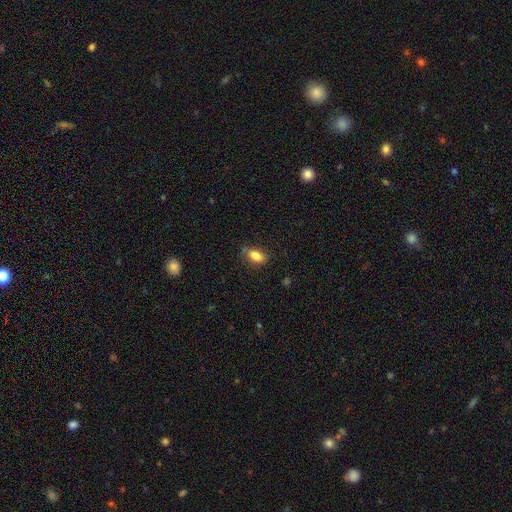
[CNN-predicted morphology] smooth 84%, star or artifact 8%, featured or disk 8%. Down the decision tree: how rounded — in between (87%); merging — none (72%).